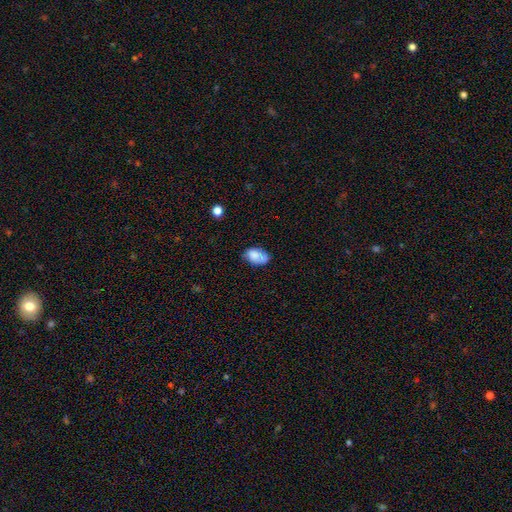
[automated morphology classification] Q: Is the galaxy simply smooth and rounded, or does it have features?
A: smooth — 76%.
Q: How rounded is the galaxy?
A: in between — 88%.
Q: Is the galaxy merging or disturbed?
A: none — 52%.